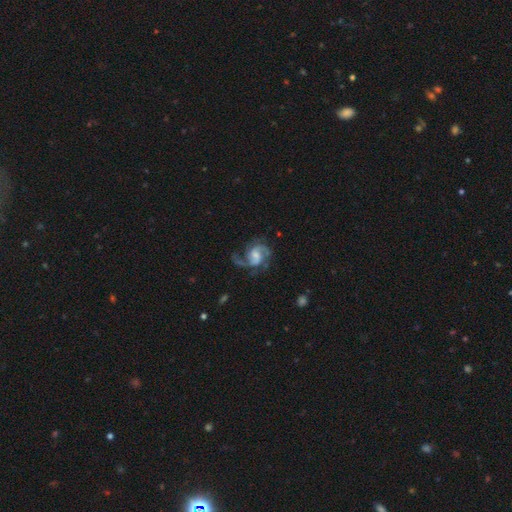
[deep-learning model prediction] smooth_or_featured: featured or disk (p=0.88) [alt: smooth p=0.07]
disk_edge_on: no (p=0.98) [alt: yes p=0.02]
bar: weak (p=0.49) [alt: no p=0.39]
has_spiral_arms: yes (p=0.97) [alt: no p=0.03]
spiral_winding: medium (p=0.54) [alt: loose p=0.29]
spiral_arm_count: 2 (p=0.80) [alt: 3 p=0.07]
bulge_size: moderate (p=0.40) [alt: small p=0.36]
merging: none (p=0.59) [alt: major disturbance p=0.20]